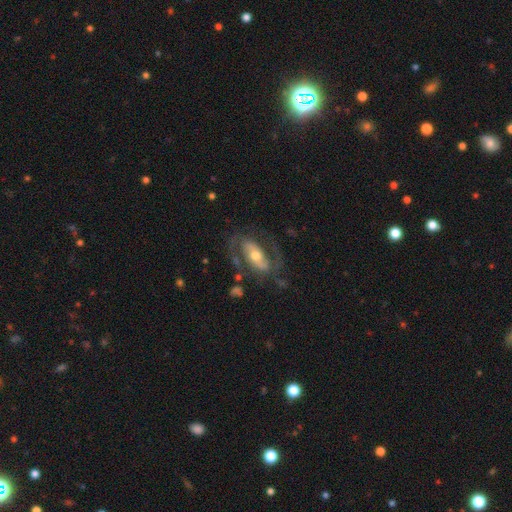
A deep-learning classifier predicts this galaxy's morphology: Q: Smooth or featured?
A: featured or disk (78%); runner-up: smooth (16%)
Q: Edge-on disk?
A: no (93%); runner-up: yes (7%)
Q: Bar?
A: strong (42%); runner-up: weak (29%)
Q: Spiral arms?
A: yes (83%); runner-up: no (17%)
Q: Spiral winding?
A: medium (50%); runner-up: loose (27%)
Q: Spiral arm count?
A: 2 (85%); runner-up: can't tell (7%)
Q: Bulge size?
A: moderate (61%); runner-up: small (29%)
Q: Merging?
A: none (65%); runner-up: major disturbance (16%)